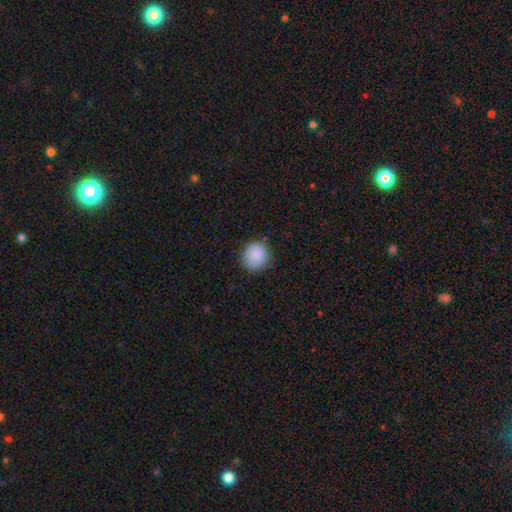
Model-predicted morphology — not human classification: Smooth or featured?
  - smooth: 88% *
  - star or artifact: 8%
  - featured or disk: 4%
How rounded?
  - round: 92% *
  - in between: 7%
  - cigar-shaped: 1%
Merging?
  - none: 86% *
  - minor disturbance: 10%
  - major disturbance: 2%
  - merger: 1%